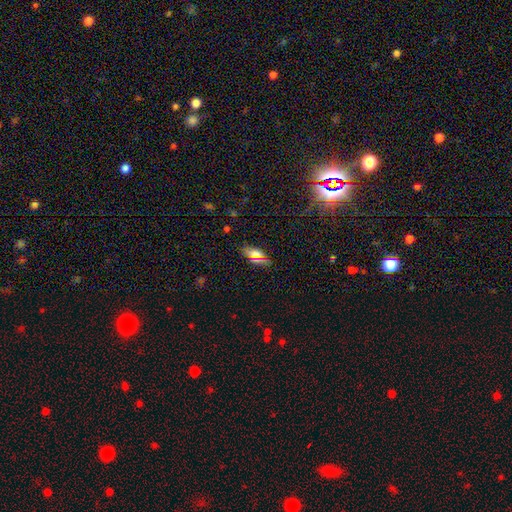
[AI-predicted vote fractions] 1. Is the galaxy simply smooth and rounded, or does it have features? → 64% smooth, 21% star or artifact, 15% featured or disk.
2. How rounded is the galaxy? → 79% in between, 15% cigar-shaped, 6% round.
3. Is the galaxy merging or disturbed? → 84% none, 11% minor disturbance, 3% major disturbance, 2% merger.